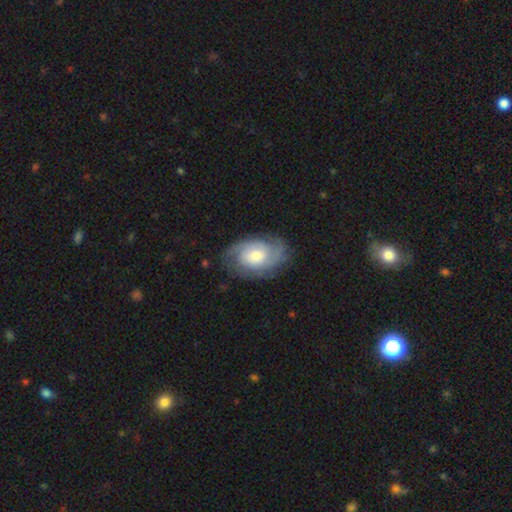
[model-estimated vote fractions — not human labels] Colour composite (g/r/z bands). It shows a featured or disk galaxy (76%) with no bar (71%), 2 (44%) tight (51%) spiral arms (93%) and a moderate central bulge (60%). Merging: none (75%).